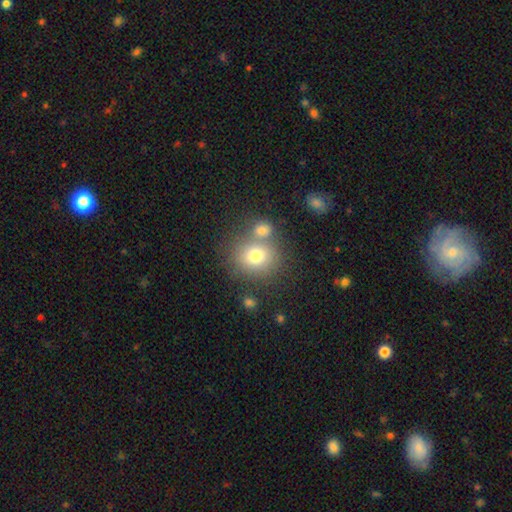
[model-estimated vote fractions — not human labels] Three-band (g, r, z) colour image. It shows a smooth galaxy with no disk features (74%) that is round (76%). Merging: none (58%).